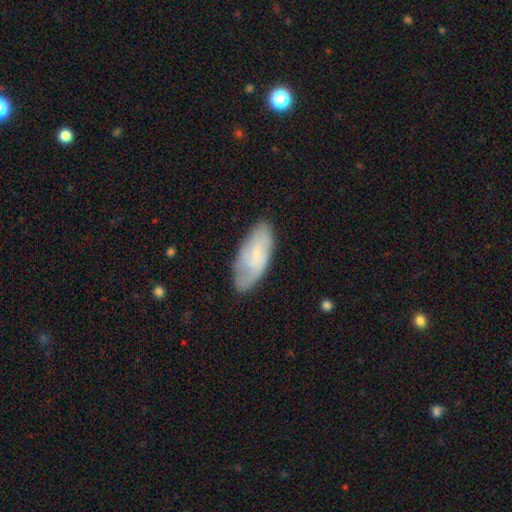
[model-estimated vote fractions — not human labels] Smooth or featured?
  - smooth: 55% *
  - featured or disk: 38%
  - star or artifact: 7%
How rounded?
  - in between: 85% *
  - cigar-shaped: 13%
  - round: 2%
Merging?
  - none: 69% *
  - minor disturbance: 23%
  - major disturbance: 6%
  - merger: 2%